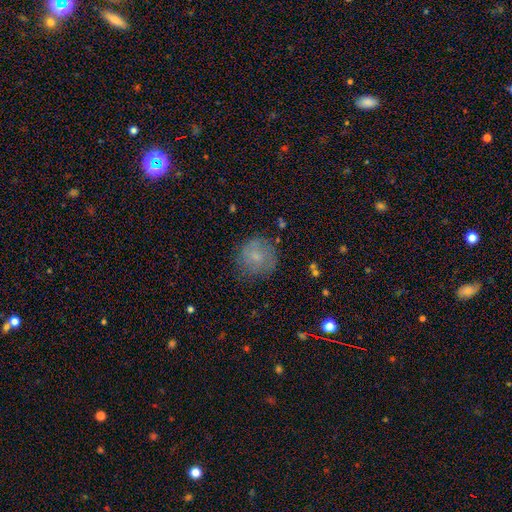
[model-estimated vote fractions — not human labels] Smooth or featured: smooth — 69% (featured or disk — 22%)
How rounded: round — 91% (in between — 8%)
Merging: none — 72% (minor disturbance — 19%)